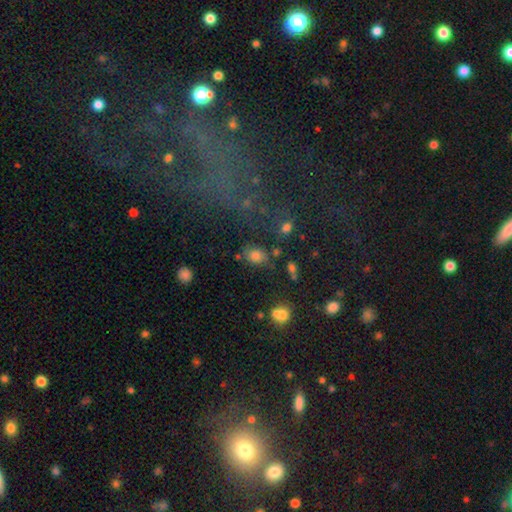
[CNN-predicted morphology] Smooth or featured?
  - smooth: 74% *
  - star or artifact: 14%
  - featured or disk: 12%
How rounded?
  - in between: 64% *
  - round: 35%
  - cigar-shaped: 2%
Merging?
  - none: 65% *
  - minor disturbance: 19%
  - merger: 8%
  - major disturbance: 8%